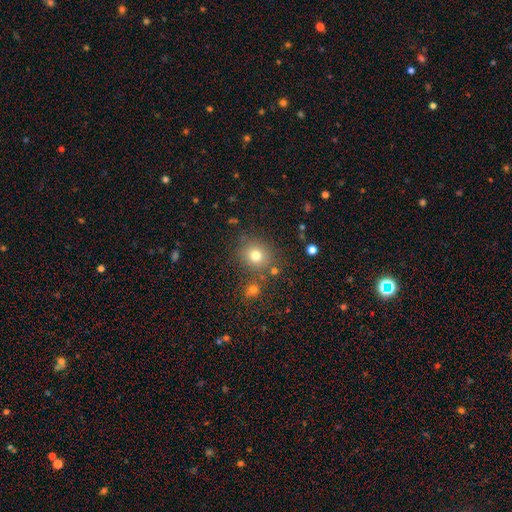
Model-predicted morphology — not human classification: smooth-or-featured: smooth: 76% | star or artifact: 15% | featured or disk: 9%
  how-rounded: round: 81% | in between: 19% | cigar-shaped: 1%
  merging: none: 78% | minor disturbance: 10% | merger: 8% | major disturbance: 4%